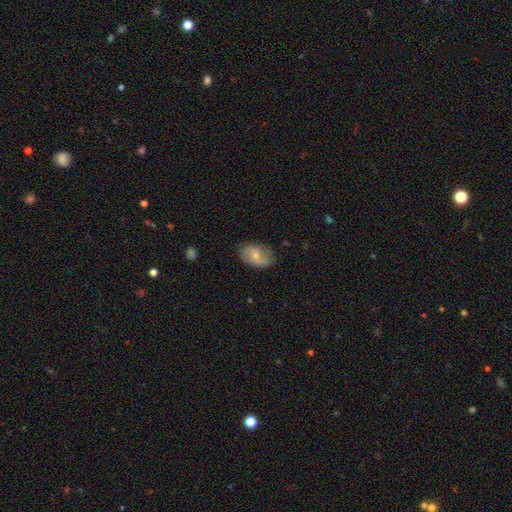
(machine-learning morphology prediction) type=featured or disk (54%); edge-on=no (96%); bar=weak (45%); spiral arms=yes (85%); bulge=small (53%); merging=none (77%).